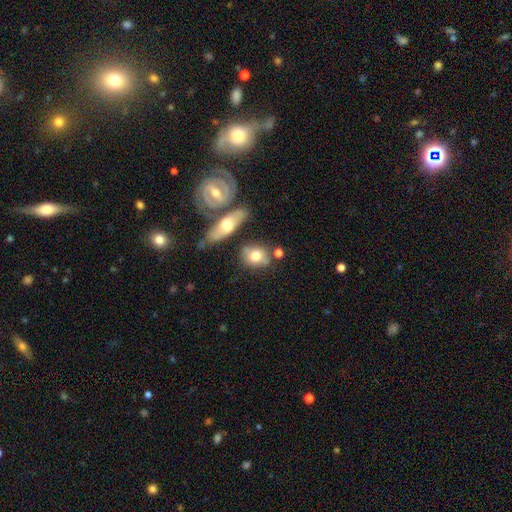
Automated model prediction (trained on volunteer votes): Smooth or featured? Predicted: smooth (p=0.67). How rounded? Predicted: in between (p=0.60). Merging? Predicted: none (p=0.61).